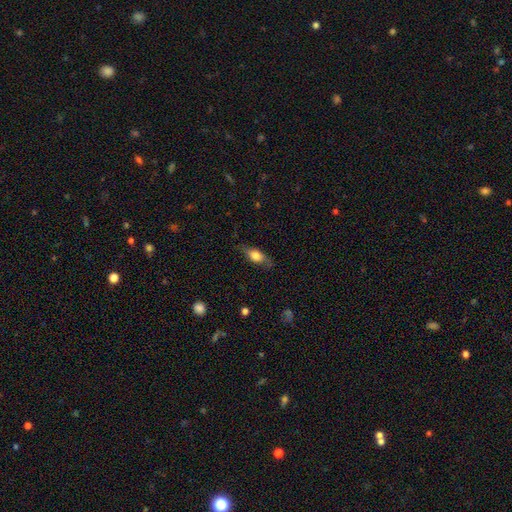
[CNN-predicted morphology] This is likely a smooth galaxy (65%). How rounded: likely in between (70%). Merging: likely none (75%).